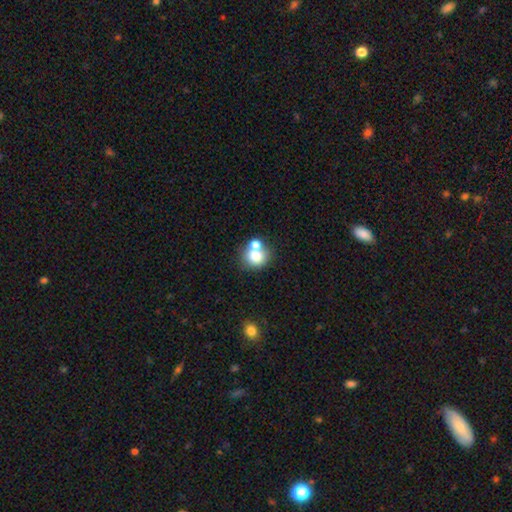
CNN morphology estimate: This is likely a smooth galaxy (76%). How rounded: likely round (78%). Merging: possibly none (48%).